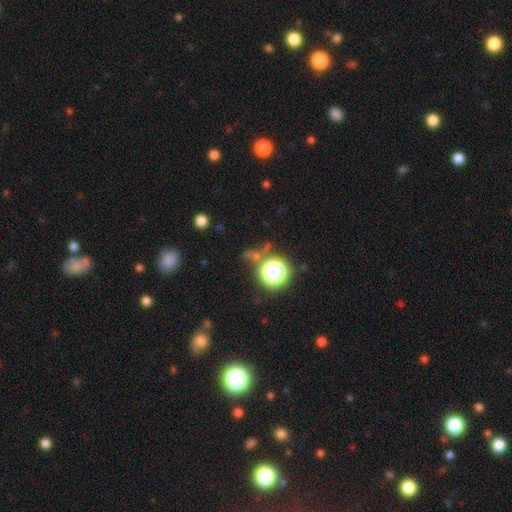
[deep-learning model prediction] Smooth or featured? Predicted: star or artifact (p=0.56).